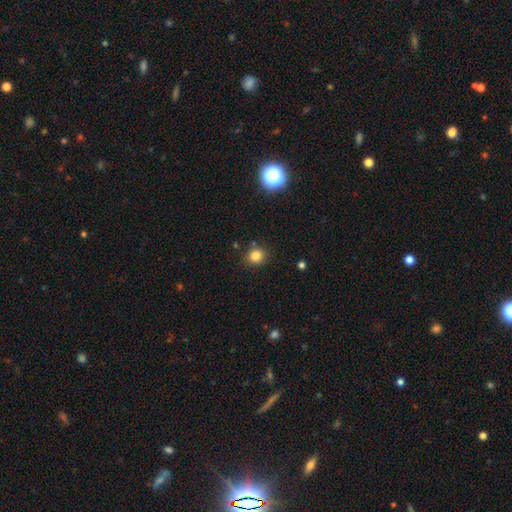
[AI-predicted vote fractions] Smooth or featured: smooth — 82% (star or artifact — 13%)
How rounded: round — 86% (in between — 13%)
Merging: none — 86% (minor disturbance — 8%)